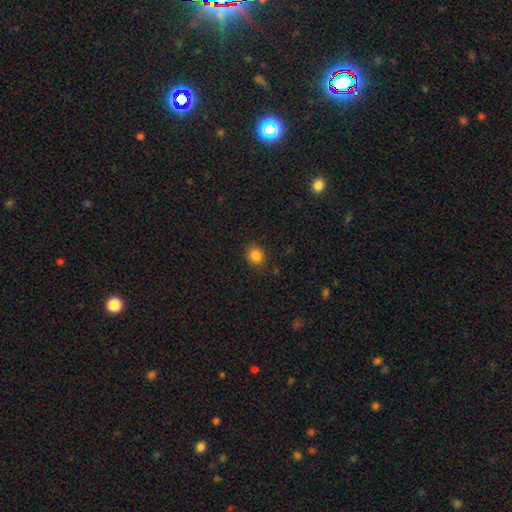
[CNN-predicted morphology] Q: Smooth or featured?
A: smooth (85%); runner-up: star or artifact (11%)
Q: How rounded?
A: round (72%); runner-up: in between (27%)
Q: Merging?
A: none (86%); runner-up: minor disturbance (10%)